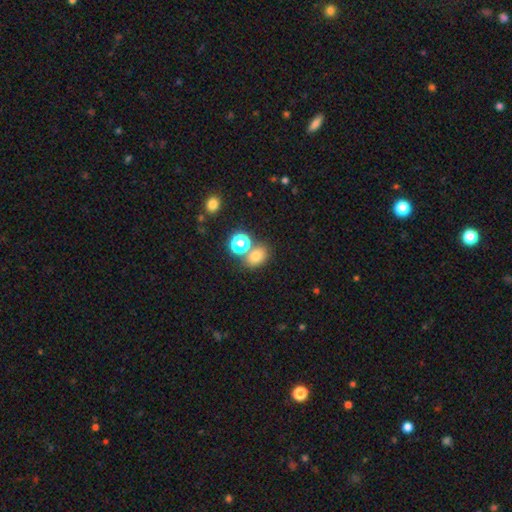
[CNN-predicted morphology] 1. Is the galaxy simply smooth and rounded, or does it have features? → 72% smooth, 18% star or artifact, 10% featured or disk.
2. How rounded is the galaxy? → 50% in between, 49% round, 1% cigar-shaped.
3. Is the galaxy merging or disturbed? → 62% none, 23% merger, 11% minor disturbance, 4% major disturbance.